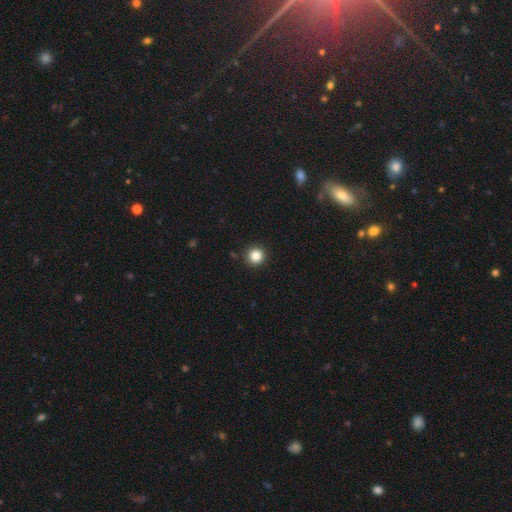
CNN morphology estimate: A smooth galaxy with no disk features (85%) that is round (96%). Merging: none (92%).